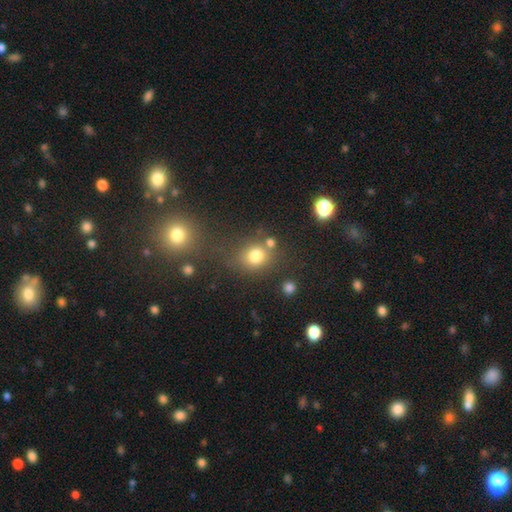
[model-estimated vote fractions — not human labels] Smooth or featured?
  - smooth: 76% *
  - star or artifact: 16%
  - featured or disk: 9%
How rounded?
  - round: 76% *
  - in between: 23%
  - cigar-shaped: 1%
Merging?
  - none: 62% *
  - merger: 17%
  - minor disturbance: 14%
  - major disturbance: 7%